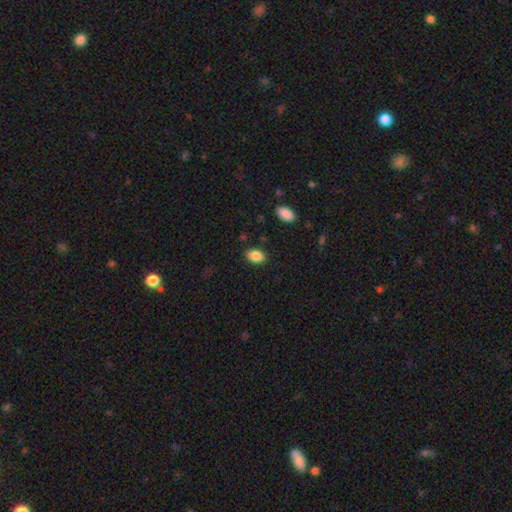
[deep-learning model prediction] This is clearly a smooth galaxy (87%). How rounded: clearly in between (84%). Merging: clearly none (86%).